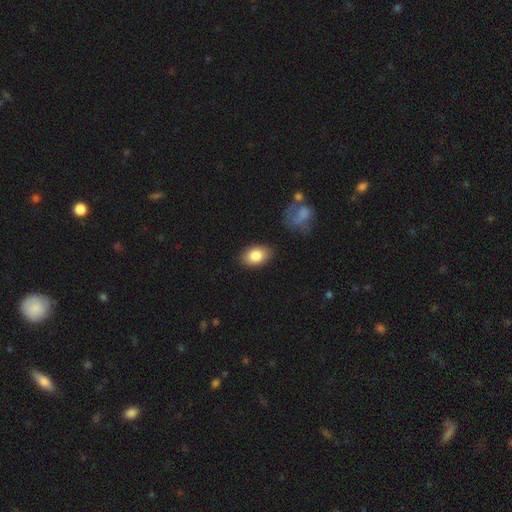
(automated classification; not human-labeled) A smooth galaxy with no disk features (84%) that is in between round and cigar-shaped (86%).

Vote fractions:
- Smooth or featured? smooth: 84% / featured or disk: 9% / star or artifact: 7%
- How rounded? in between: 86% / round: 13% / cigar-shaped: 1%
- Merging? none: 86% / minor disturbance: 10% / major disturbance: 2% / merger: 2%